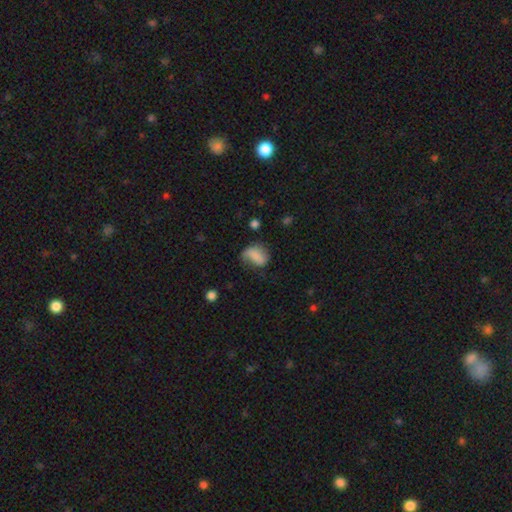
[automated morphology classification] Overall: smooth (68%). How rounded: in between (75%). Merging: none (36%; minor disturbance 33%).